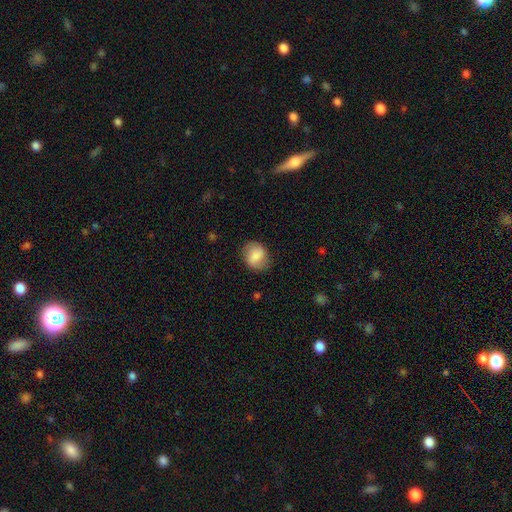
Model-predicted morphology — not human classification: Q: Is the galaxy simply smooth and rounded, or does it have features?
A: smooth — 73%.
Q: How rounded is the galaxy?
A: round — 59%.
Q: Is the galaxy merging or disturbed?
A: none — 80%.